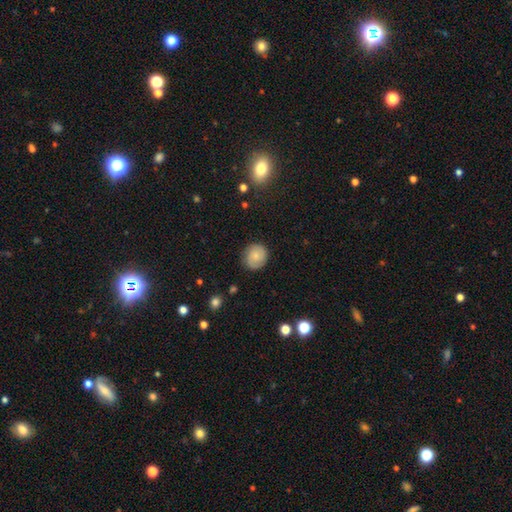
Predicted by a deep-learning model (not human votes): smooth-or-featured: smooth: 60% | featured or disk: 32% | star or artifact: 9%
  how-rounded: round: 82% | in between: 17% | cigar-shaped: 1%
  merging: none: 81% | minor disturbance: 15% | major disturbance: 4% | merger: 1%